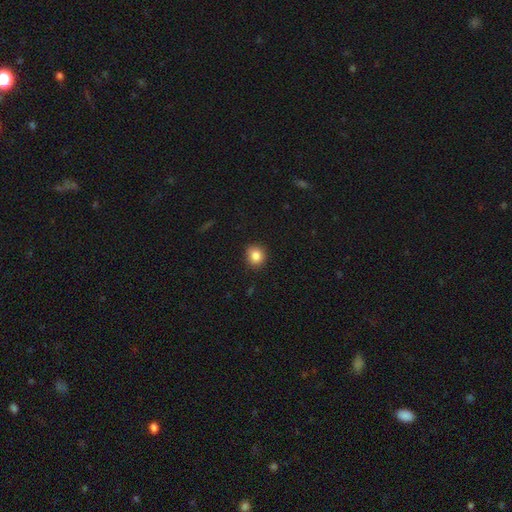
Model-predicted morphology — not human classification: This is clearly a smooth galaxy (86%). How rounded: clearly round (83%). Merging: clearly none (90%).